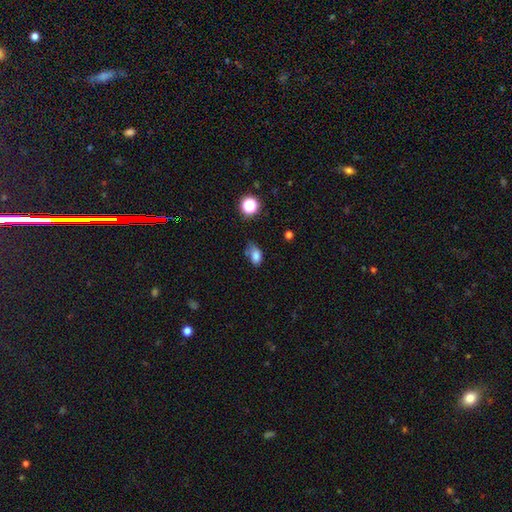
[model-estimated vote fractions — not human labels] Morphology: type=smooth (80%); roundness=in between (81%); merging=none (42%).